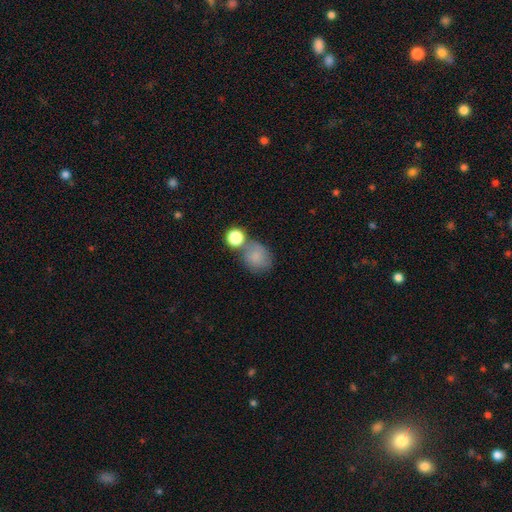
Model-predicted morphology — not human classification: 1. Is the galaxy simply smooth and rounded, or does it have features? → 80% smooth, 10% featured or disk, 10% star or artifact.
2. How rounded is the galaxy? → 64% round, 35% in between, 1% cigar-shaped.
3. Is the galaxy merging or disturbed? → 47% none, 27% merger, 18% minor disturbance, 9% major disturbance.